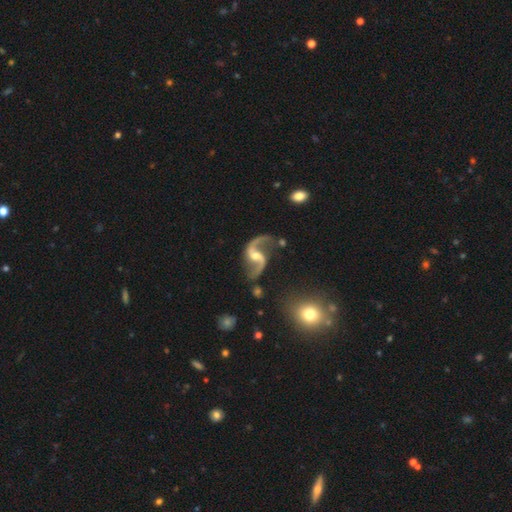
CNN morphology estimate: The model was most divided on "bar": weak: 43%, no: 39%, strong: 19%. Remaining: edge-on disk — no (98%); spiral arms — yes (98%); spiral arm count — 2 (94%); smooth or featured — featured or disk (93%); spiral winding — loose (82%); merging — none (74%); bulge size — moderate (48%).